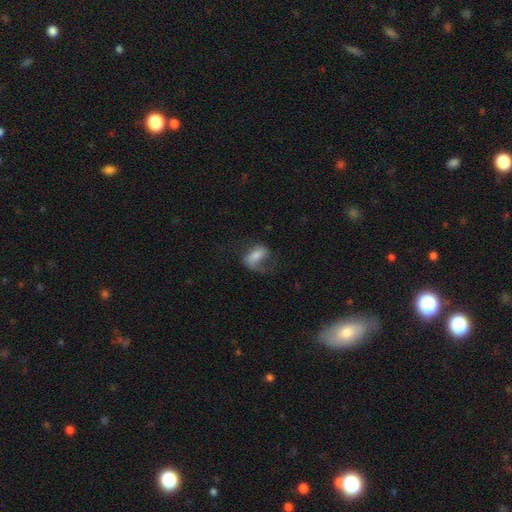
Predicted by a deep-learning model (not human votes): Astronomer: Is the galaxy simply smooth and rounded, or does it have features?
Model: smooth — 47% (runner-up: featured or disk, 44%).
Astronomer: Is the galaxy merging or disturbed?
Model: major disturbance — 42% (runner-up: none, 35%).